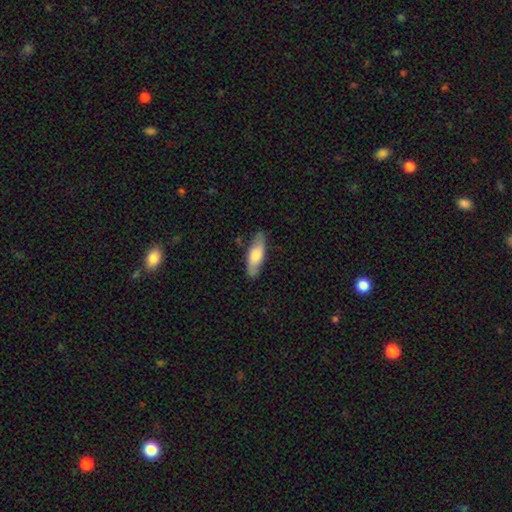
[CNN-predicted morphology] Overall: smooth (65%; featured or disk 30%). How rounded: in between (54%; cigar-shaped 44%). Merging: none (81%).